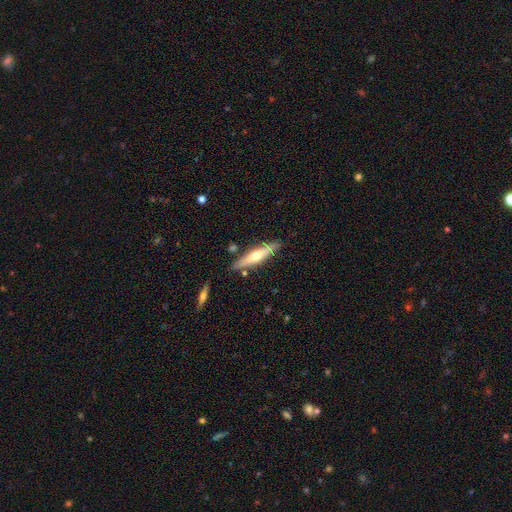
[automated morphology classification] type=featured or disk (53%); edge-on=yes (91%); merging=none (83%).